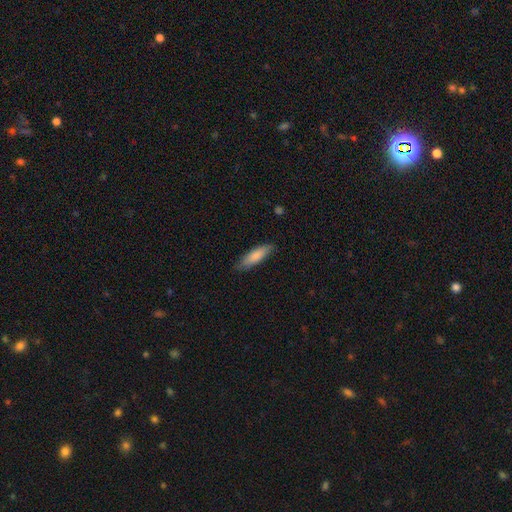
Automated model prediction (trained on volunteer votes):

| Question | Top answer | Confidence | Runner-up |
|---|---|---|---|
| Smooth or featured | smooth | 82% | featured or disk (12%) |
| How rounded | cigar-shaped | 62% | in between (37%) |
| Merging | none | 84% | minor disturbance (13%) |